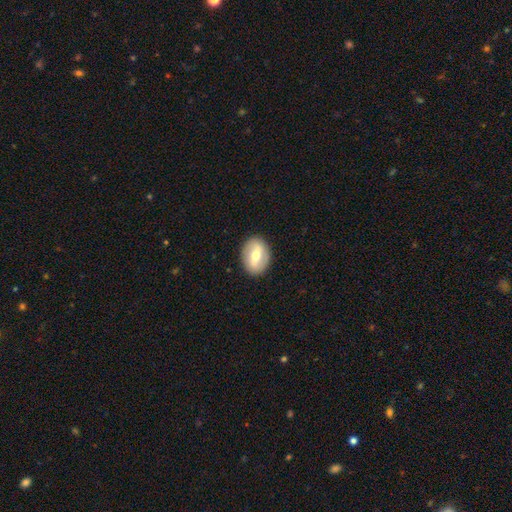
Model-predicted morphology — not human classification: A smooth galaxy with no disk features (48%). Merging: none (89%).